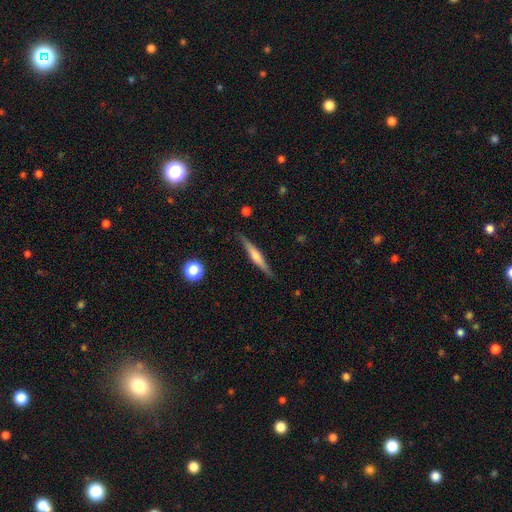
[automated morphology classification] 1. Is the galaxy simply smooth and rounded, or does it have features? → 58% featured or disk, 35% smooth, 6% star or artifact.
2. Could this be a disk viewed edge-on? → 97% yes, 3% no.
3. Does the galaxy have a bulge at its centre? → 67% rounded, 17% none, 15% boxy.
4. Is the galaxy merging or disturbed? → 88% none, 9% minor disturbance, 2% major disturbance, 1% merger.